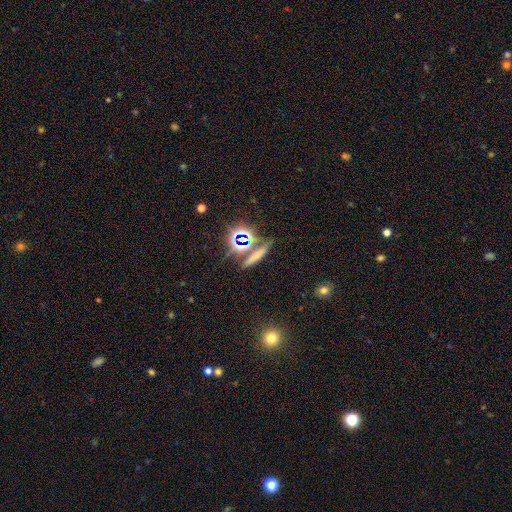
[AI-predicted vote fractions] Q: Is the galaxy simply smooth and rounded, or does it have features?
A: smooth — 50%.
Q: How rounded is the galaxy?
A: cigar-shaped — 71%.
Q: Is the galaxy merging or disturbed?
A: none — 76%.